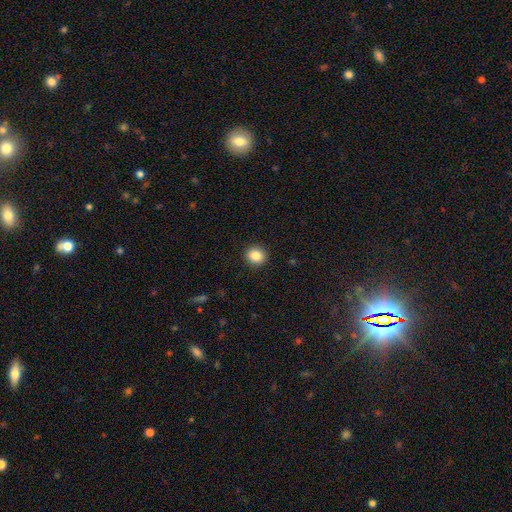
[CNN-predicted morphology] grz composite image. It shows a smooth galaxy with no disk features (86%) that is round (86%). Merging: none (92%).